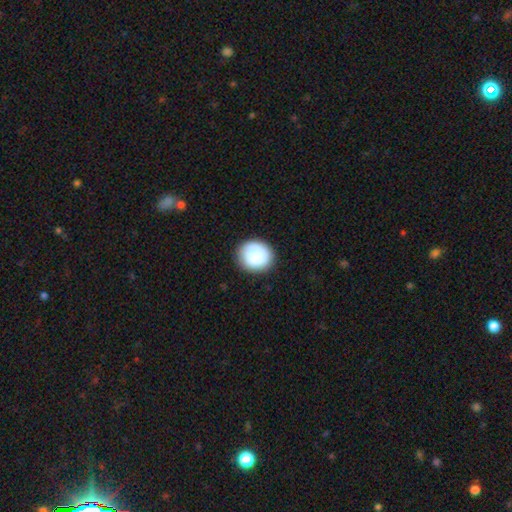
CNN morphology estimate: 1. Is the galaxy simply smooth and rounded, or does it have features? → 84% smooth, 9% featured or disk, 7% star or artifact.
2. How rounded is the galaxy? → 78% round, 21% in between, 1% cigar-shaped.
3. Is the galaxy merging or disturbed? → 85% none, 11% minor disturbance, 3% major disturbance, 1% merger.